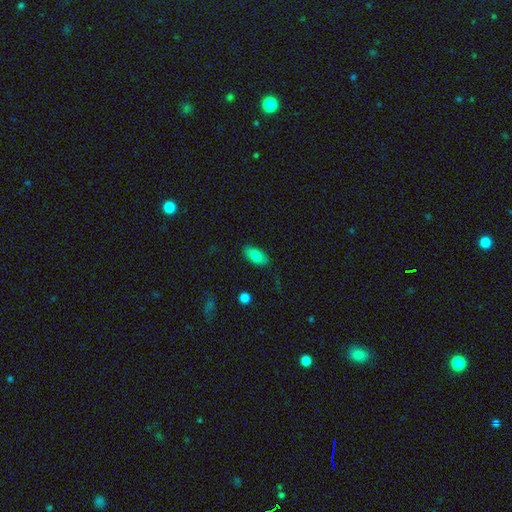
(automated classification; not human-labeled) Smooth or featured: smooth — 82% (featured or disk — 11%)
How rounded: in between — 90% (cigar-shaped — 7%)
Merging: none — 85% (minor disturbance — 11%)